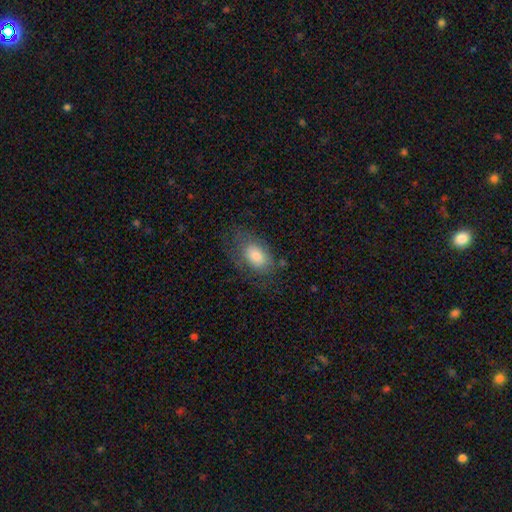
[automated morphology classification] Smooth or featured?
  - smooth: 72% *
  - featured or disk: 19%
  - star or artifact: 8%
How rounded?
  - in between: 88% *
  - round: 10%
  - cigar-shaped: 2%
Merging?
  - none: 62% *
  - minor disturbance: 23%
  - major disturbance: 14%
  - merger: 2%